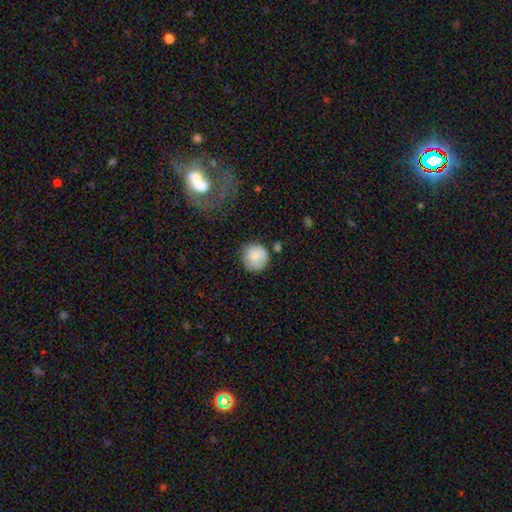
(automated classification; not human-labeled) A smooth galaxy with no disk features (82%) that is round (94%). Merging: none (76%).